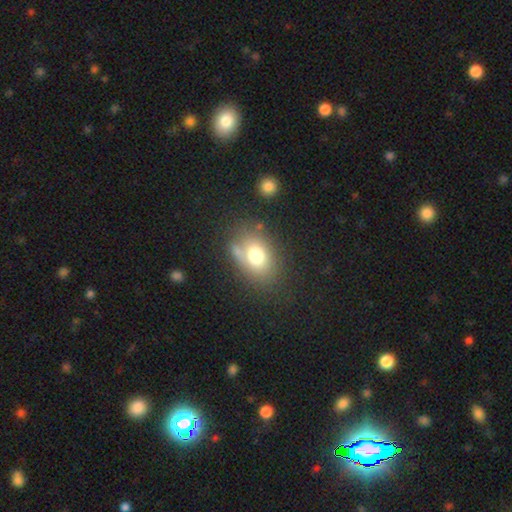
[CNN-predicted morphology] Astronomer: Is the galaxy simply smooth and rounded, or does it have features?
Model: smooth — 72%.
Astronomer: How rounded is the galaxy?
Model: in between — 74%.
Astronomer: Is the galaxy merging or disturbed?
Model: none — 66%.